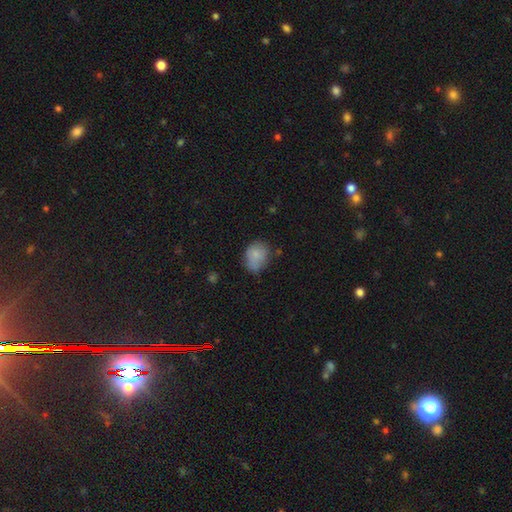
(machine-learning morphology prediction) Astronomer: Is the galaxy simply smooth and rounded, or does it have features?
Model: smooth — 81%.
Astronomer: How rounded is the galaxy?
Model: in between — 54% (runner-up: round, 45%).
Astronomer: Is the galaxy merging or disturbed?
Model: none — 58%.